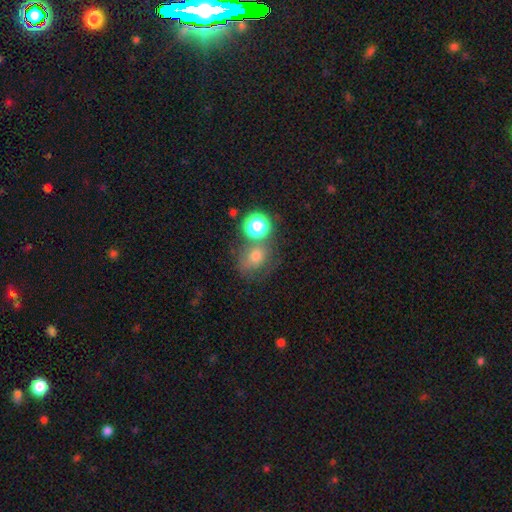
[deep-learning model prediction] A smooth galaxy with no disk features (63%) that is round (65%).

Vote fractions:
- Smooth or featured? smooth: 63% / star or artifact: 21% / featured or disk: 16%
- How rounded? round: 65% / in between: 33% / cigar-shaped: 1%
- Merging? none: 50% / merger: 22% / minor disturbance: 17% / major disturbance: 11%